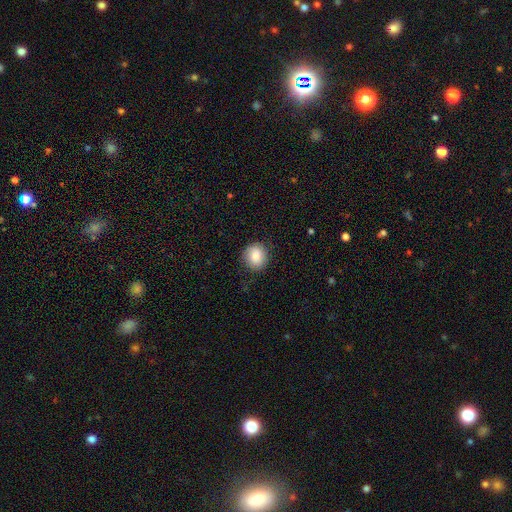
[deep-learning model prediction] Morphology: type=smooth (84%); roundness=round (80%); merging=none (82%).